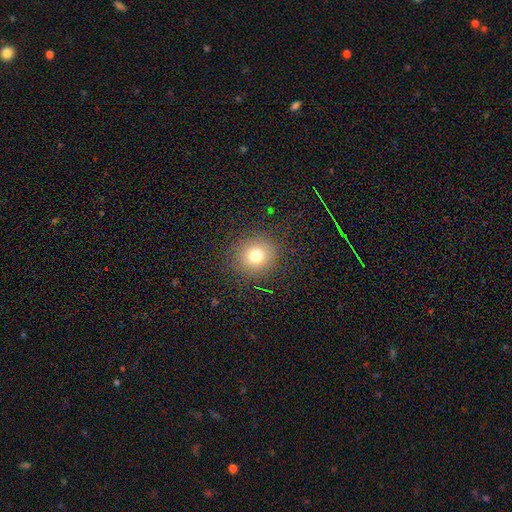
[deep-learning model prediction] Smooth or featured?
  - smooth: 75% *
  - star or artifact: 15%
  - featured or disk: 10%
How rounded?
  - round: 87% *
  - in between: 12%
  - cigar-shaped: 1%
Merging?
  - none: 88% *
  - minor disturbance: 8%
  - major disturbance: 4%
  - merger: 1%